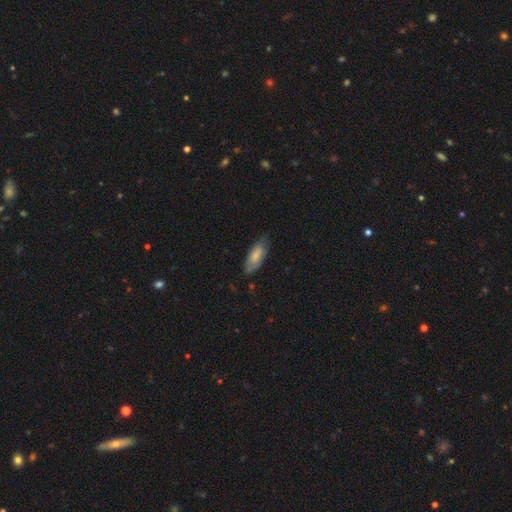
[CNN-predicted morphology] Overall: smooth (76%). How rounded: in between (78%). Merging: none (71%).